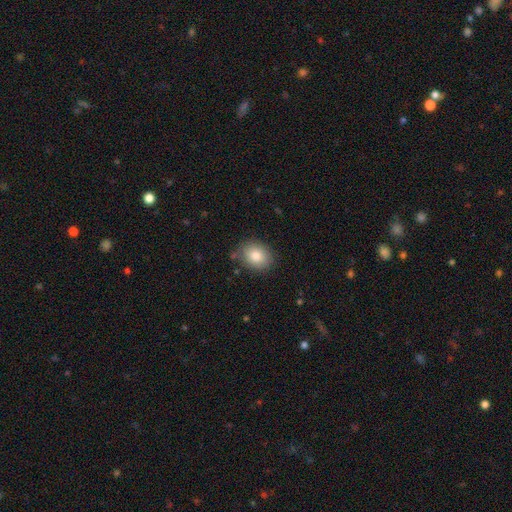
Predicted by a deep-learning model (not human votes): smooth-or-featured: smooth: 84% | star or artifact: 8% | featured or disk: 8%
  how-rounded: in between: 54% | round: 45% | cigar-shaped: 1%
  merging: none: 83% | minor disturbance: 12% | major disturbance: 3% | merger: 2%